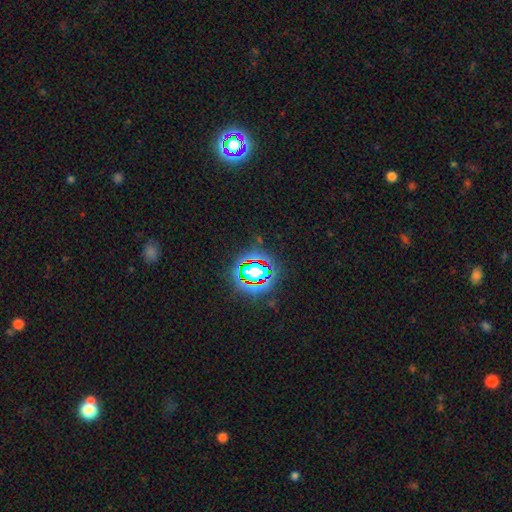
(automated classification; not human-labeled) Smooth or featured: star or artifact — 81% (smooth — 12%)